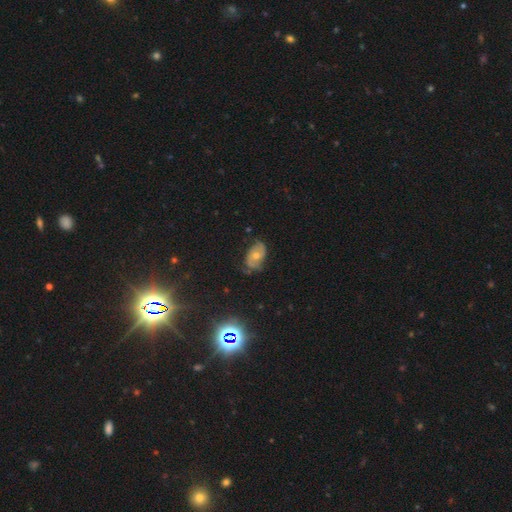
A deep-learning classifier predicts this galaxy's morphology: Overall: featured or disk (54%; smooth 32%). Edge-on disk: no (95%). Bar: no (74%). Spiral arms: yes (76%). Bulge size: moderate (60%; small 33%). Merging: none (50%; minor disturbance 33%).